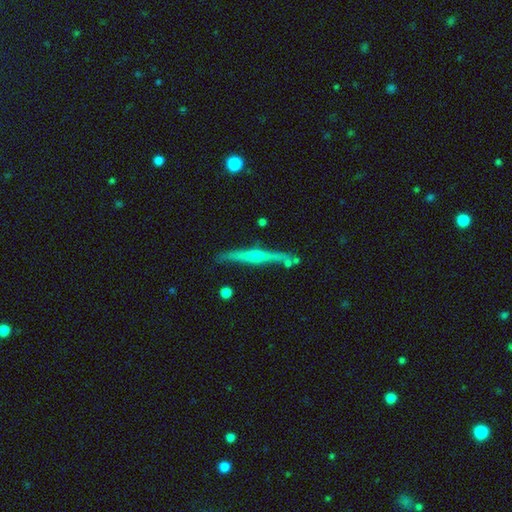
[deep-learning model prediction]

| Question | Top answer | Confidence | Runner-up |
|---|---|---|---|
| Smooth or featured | featured or disk | 70% | smooth (23%) |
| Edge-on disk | yes | 97% | no (3%) |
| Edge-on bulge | rounded | 72% | none (17%) |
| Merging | none | 81% | minor disturbance (12%) |